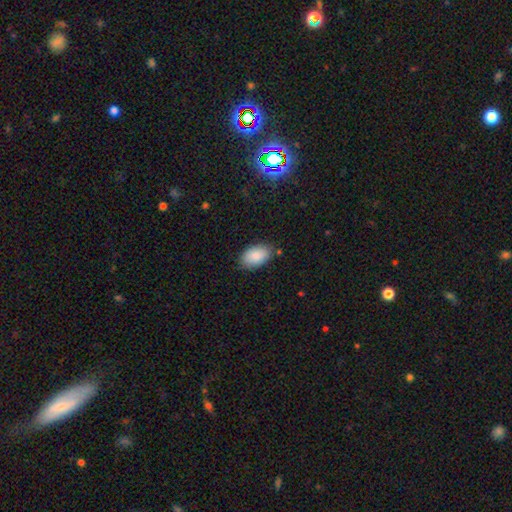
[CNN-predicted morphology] Smooth or featured? smooth (88%)
How rounded? in between (93%)
Merging? none (82%)